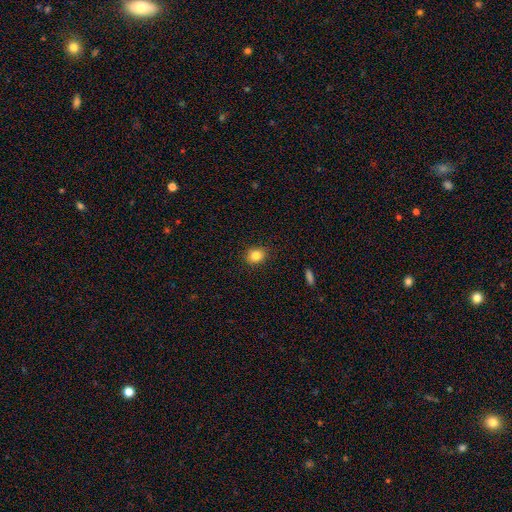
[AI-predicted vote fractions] This appears to be a smooth galaxy with no disk features (84%) that is round (60%). Merging: none (89%).